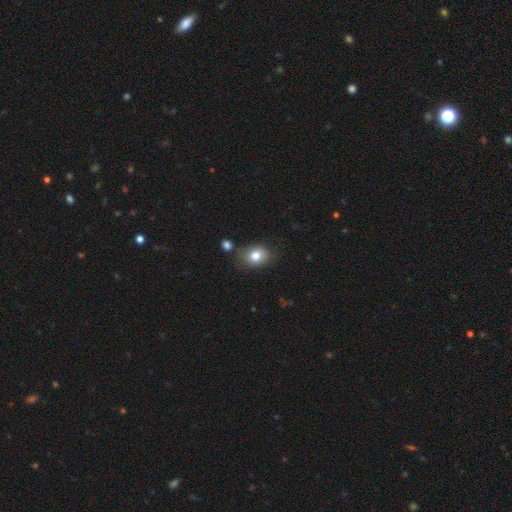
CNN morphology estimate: Q: Smooth or featured?
A: smooth (80%); runner-up: featured or disk (10%)
Q: How rounded?
A: in between (58%); runner-up: round (41%)
Q: Merging?
A: none (76%); runner-up: minor disturbance (15%)